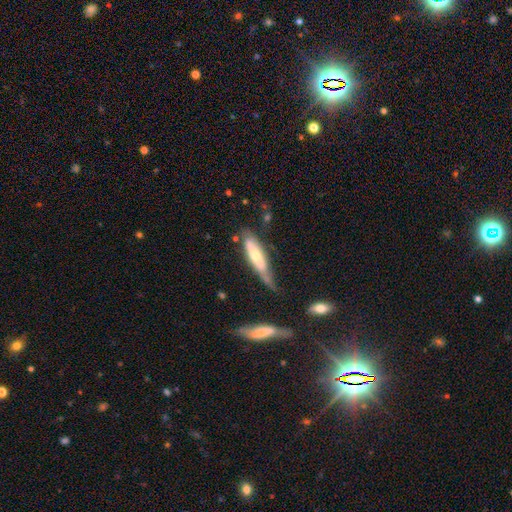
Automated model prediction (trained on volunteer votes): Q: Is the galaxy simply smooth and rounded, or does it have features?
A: smooth — 48%.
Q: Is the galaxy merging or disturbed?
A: none — 42%.